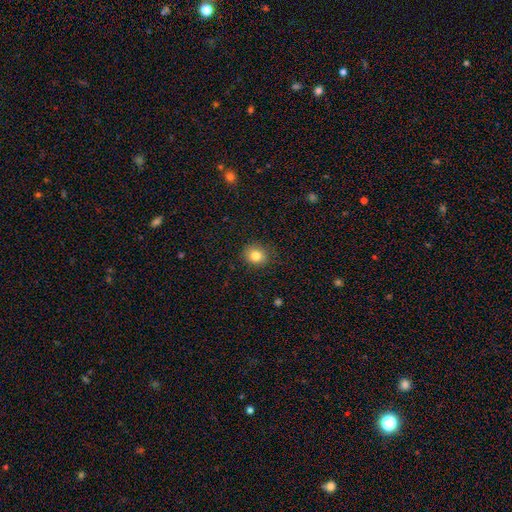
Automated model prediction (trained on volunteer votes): Smooth or featured? Predicted: smooth (p=0.82). How rounded? Predicted: round (p=0.72). Merging? Predicted: none (p=0.85).